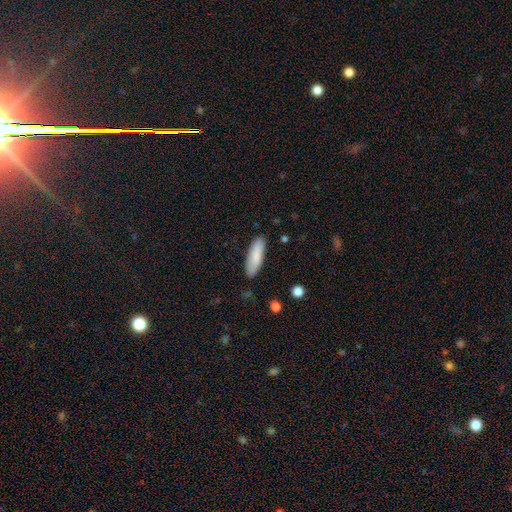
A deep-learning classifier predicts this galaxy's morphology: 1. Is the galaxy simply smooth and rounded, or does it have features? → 84% smooth, 10% featured or disk, 6% star or artifact.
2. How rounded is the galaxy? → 55% cigar-shaped, 44% in between, 1% round.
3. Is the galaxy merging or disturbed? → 86% none, 11% minor disturbance, 2% major disturbance, 1% merger.